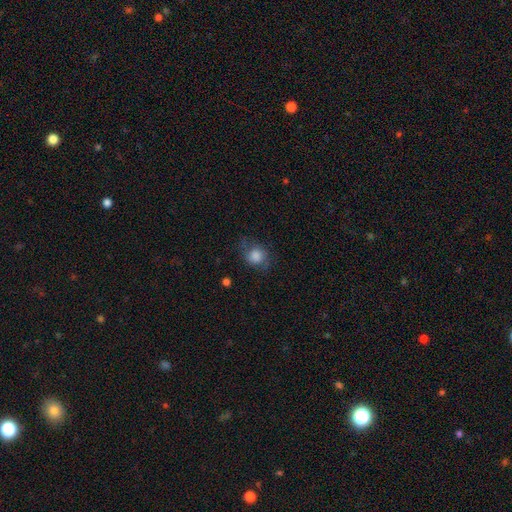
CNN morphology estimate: Overall: smooth (73%). How rounded: round (74%). Merging: none (61%; minor disturbance 24%).